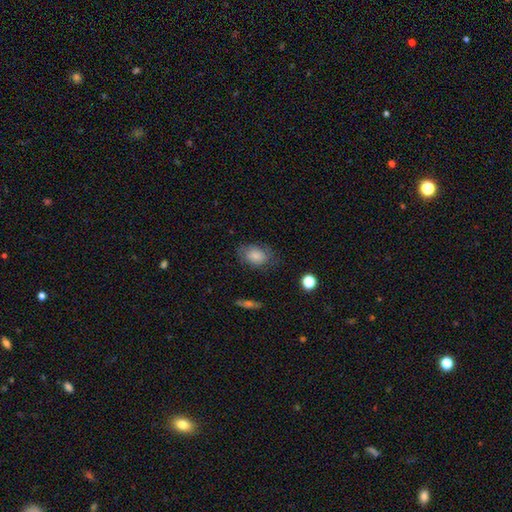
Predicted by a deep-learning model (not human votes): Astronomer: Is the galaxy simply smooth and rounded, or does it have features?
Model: smooth — 80%.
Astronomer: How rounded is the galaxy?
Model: in between — 78%.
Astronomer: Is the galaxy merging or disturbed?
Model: none — 67%.